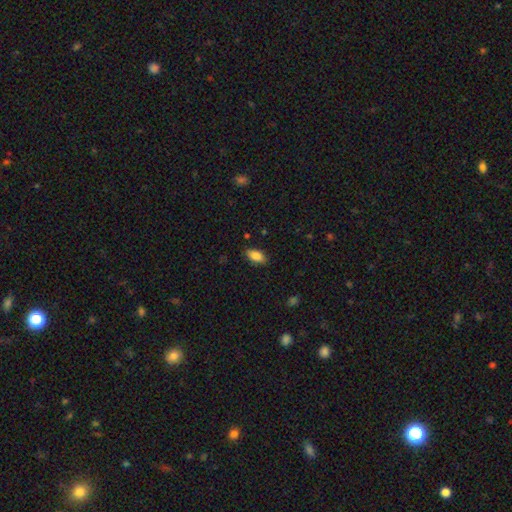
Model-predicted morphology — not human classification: A smooth galaxy with no disk features (86%) that is in between round and cigar-shaped (91%). Merging: none (85%).